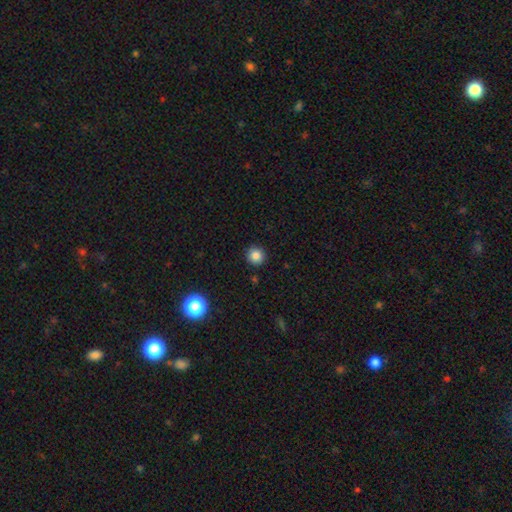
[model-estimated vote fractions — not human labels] Smooth or featured: smooth — 84% (star or artifact — 11%)
How rounded: round — 94% (in between — 5%)
Merging: none — 92% (minor disturbance — 5%)